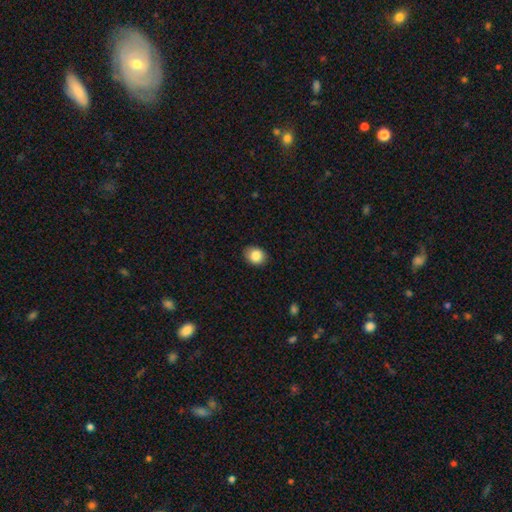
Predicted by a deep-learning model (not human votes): A smooth galaxy with no disk features (85%) that is in between round and cigar-shaped (51%). Merging: none (85%).